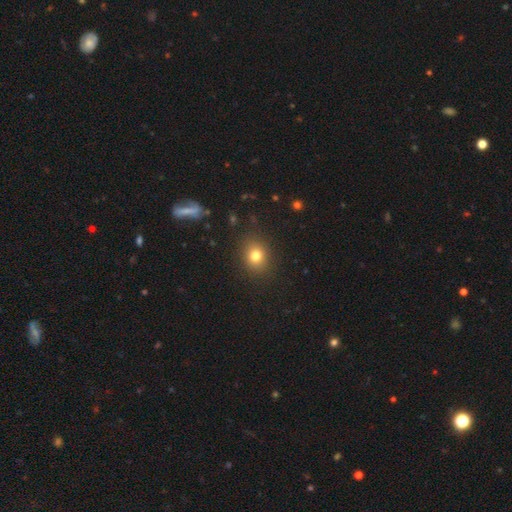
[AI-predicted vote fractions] Smooth or featured? Predicted: smooth (p=0.79). How rounded? Predicted: round (p=0.63). Merging? Predicted: none (p=0.88).